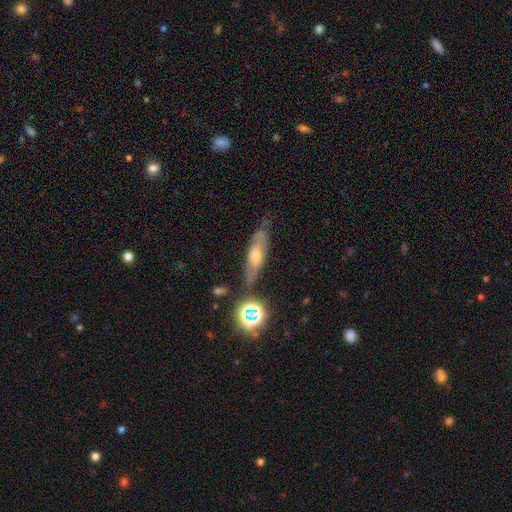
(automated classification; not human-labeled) This is possibly a featured or disk galaxy (46%). Merging: likely none (69%).